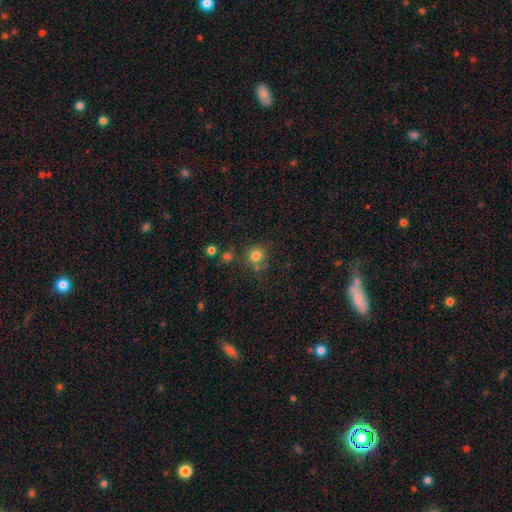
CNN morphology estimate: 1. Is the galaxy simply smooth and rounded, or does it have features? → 79% smooth, 14% star or artifact, 7% featured or disk.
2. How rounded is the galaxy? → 90% round, 9% in between, 1% cigar-shaped.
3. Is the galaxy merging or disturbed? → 72% none, 13% minor disturbance, 10% merger, 5% major disturbance.